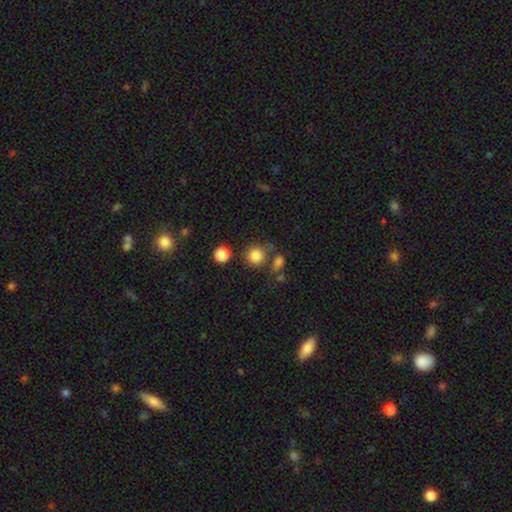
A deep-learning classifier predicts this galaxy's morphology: This appears to be a smooth galaxy with no disk features (82%) that is round (90%). Merging: none (70%).